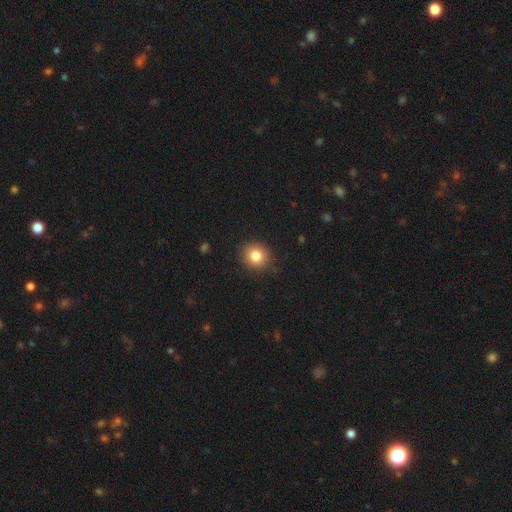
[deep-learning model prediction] smooth-or-featured: smooth: 82% | star or artifact: 11% | featured or disk: 7%
  how-rounded: round: 87% | in between: 12% | cigar-shaped: 1%
  merging: none: 89% | minor disturbance: 8% | major disturbance: 2% | merger: 1%